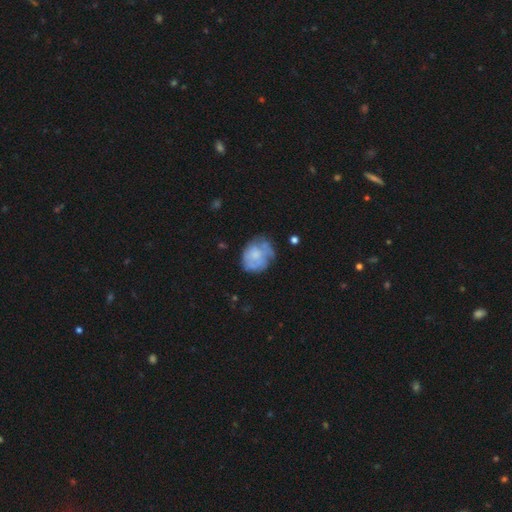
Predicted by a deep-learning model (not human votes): Smooth or featured: featured or disk — 47% (smooth — 45%)
Merging: none — 49% (minor disturbance — 30%)